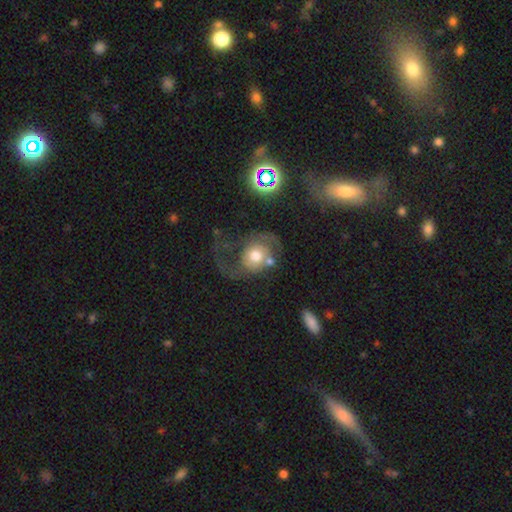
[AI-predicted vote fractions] A featured or disk galaxy (59%) with no bar (80%), spiral arms (74%) and a moderate central bulge (62%).

Vote fractions:
- Smooth or featured? featured or disk: 59% / smooth: 32% / star or artifact: 9%
- Edge-on disk? no: 97% / yes: 3%
- Bar? no: 80% / weak: 17% / strong: 3%
- Spiral arms? yes: 74% / no: 26%
- Bulge size? moderate: 62% / large: 23% / small: 10% / dominant: 3% / none: 2%
- Merging? major disturbance: 42% / none: 31% / minor disturbance: 17% / merger: 11%